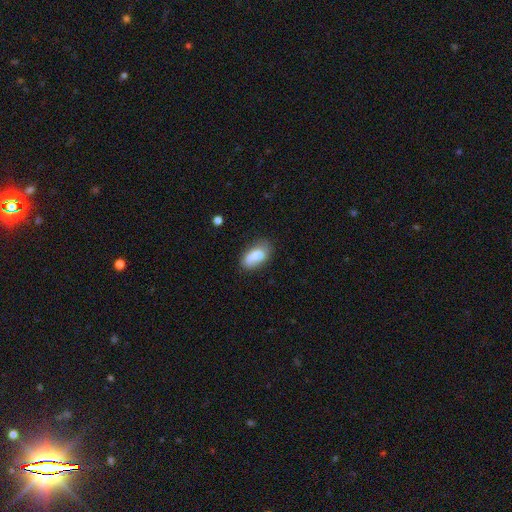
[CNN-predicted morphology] type=smooth (69%); roundness=in between (91%); merging=none (52%).